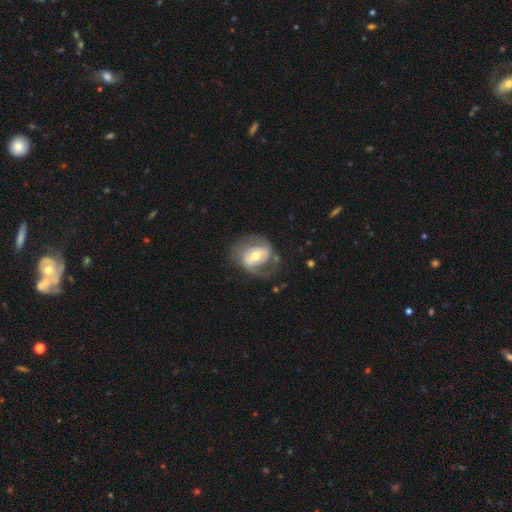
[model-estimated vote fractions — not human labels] Smooth or featured?
  - featured or disk: 67% *
  - smooth: 27%
  - star or artifact: 6%
Edge-on disk?
  - no: 96% *
  - yes: 4%
Bar?
  - weak: 37% * (tied)
  - no: 37% * (tied)
  - strong: 26%
Spiral arms?
  - yes: 69% *
  - no: 31%
Bulge size?
  - moderate: 69% *
  - small: 21%
  - large: 8%
  - dominant: 1%
  - none: 1%
Merging?
  - none: 56% *
  - minor disturbance: 22%
  - major disturbance: 20%
  - merger: 2%